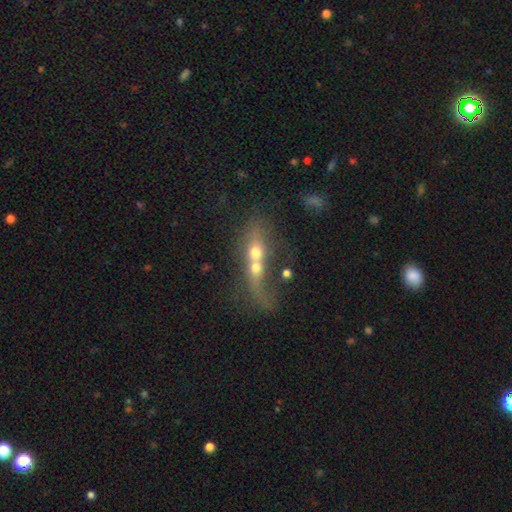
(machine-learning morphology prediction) The model was most divided on "smooth or featured": featured or disk: 46%, smooth: 40%, star or artifact: 14%. More confident: merging — merger (69%).